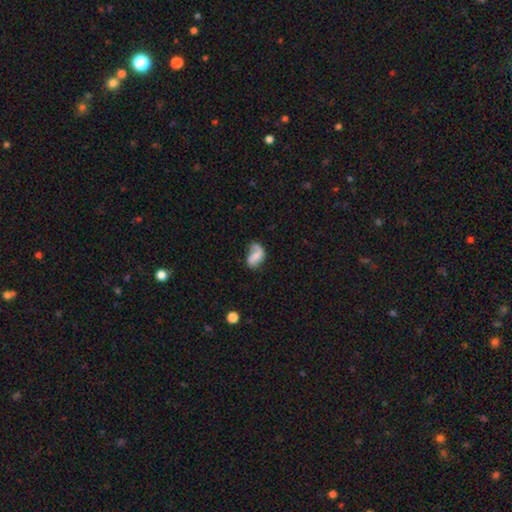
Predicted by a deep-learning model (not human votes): Smooth or featured? featured or disk (49%)
Merging? none (44%)